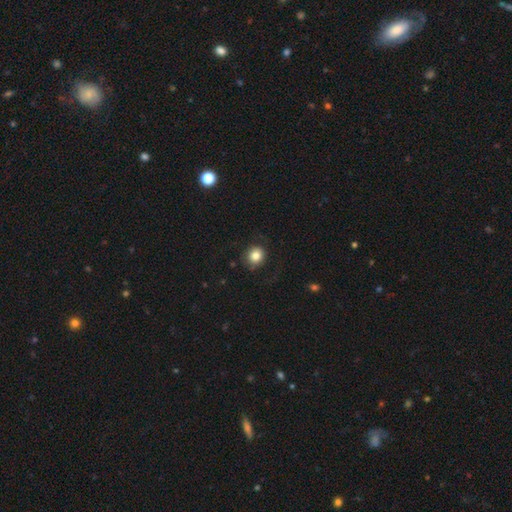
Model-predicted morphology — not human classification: Smooth or featured? Predicted: smooth (p=0.82). How rounded? Predicted: round (p=0.84). Merging? Predicted: none (p=0.81).